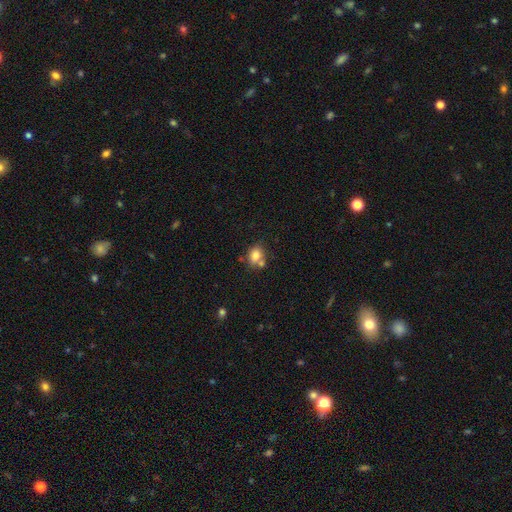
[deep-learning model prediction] smooth-or-featured: smooth: 78% | featured or disk: 12% | star or artifact: 11%
  how-rounded: in between: 51% | round: 48% | cigar-shaped: 1%
  merging: none: 54% | merger: 27% | minor disturbance: 15% | major disturbance: 4%